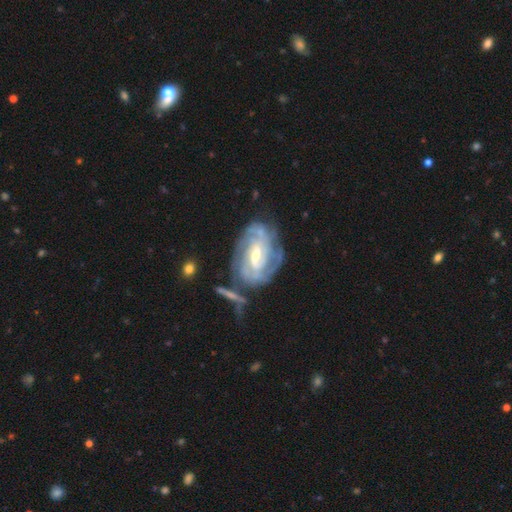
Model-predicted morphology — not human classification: featured or disk 88%, smooth 7%, star or artifact 5%. Down the decision tree: edge-on disk — no (96%); bar — weak (49%); spiral arms — yes (95%); spiral arm count — 2 (29%); spiral winding — tight (66%); bulge size — moderate (58%); merging — none (59%).